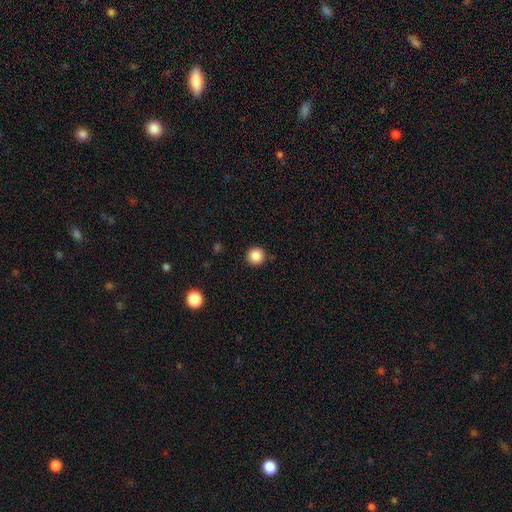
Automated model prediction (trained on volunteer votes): Smooth or featured: smooth — 86% (star or artifact — 10%)
How rounded: round — 95% (in between — 4%)
Merging: none — 91% (minor disturbance — 6%)